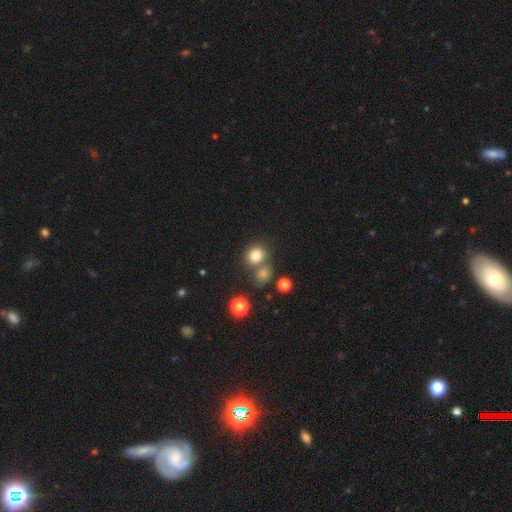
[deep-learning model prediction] This appears to be a smooth galaxy with no disk features (79%) that is round (77%). Merging: none (61%).